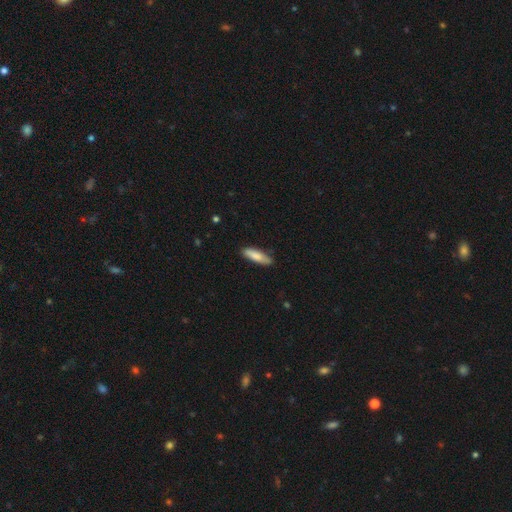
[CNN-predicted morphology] Smooth or featured: smooth — 81% (featured or disk — 13%)
How rounded: cigar-shaped — 59% (in between — 39%)
Merging: none — 83% (minor disturbance — 13%)